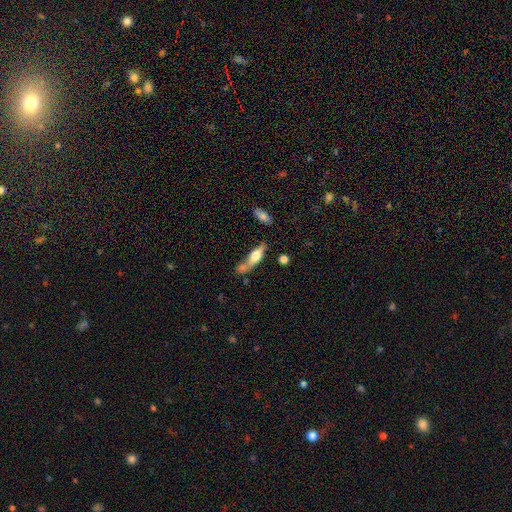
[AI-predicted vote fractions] smooth-or-featured: smooth: 55% | featured or disk: 38% | star or artifact: 7%
  how-rounded: cigar-shaped: 57% | in between: 39% | round: 4%
  merging: none: 43% | merger: 25% | minor disturbance: 21% | major disturbance: 11%